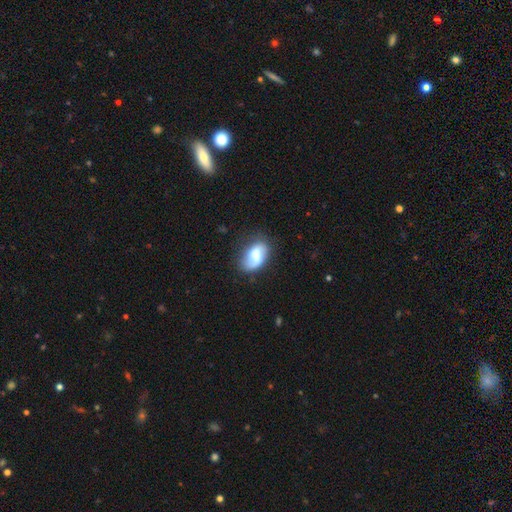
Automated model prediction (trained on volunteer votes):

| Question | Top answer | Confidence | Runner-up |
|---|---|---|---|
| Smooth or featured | smooth | 54% | featured or disk (38%) |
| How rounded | in between | 89% | round (9%) |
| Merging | none | 64% | minor disturbance (25%) |